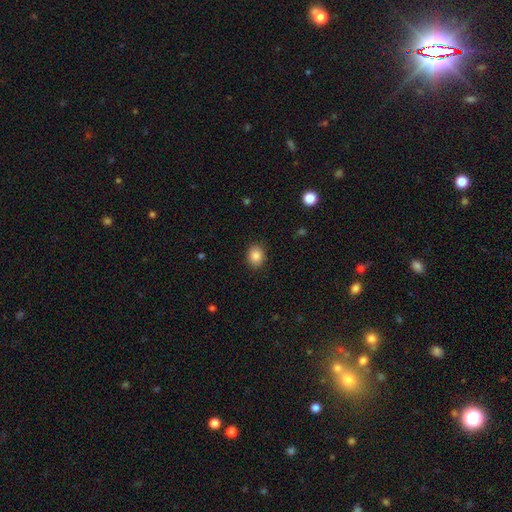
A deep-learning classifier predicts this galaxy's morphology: Overall: smooth (86%). How rounded: round (54%; in between 45%). Merging: none (89%).